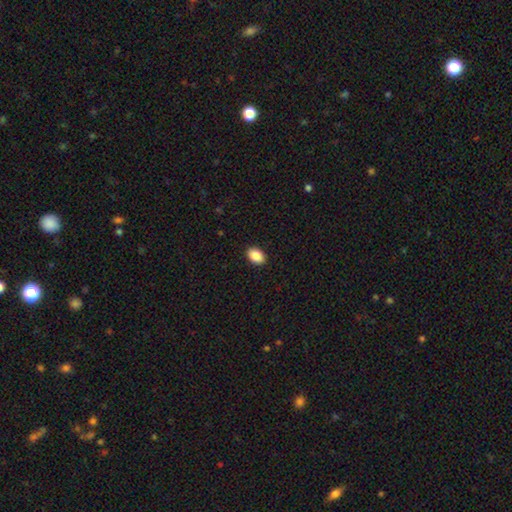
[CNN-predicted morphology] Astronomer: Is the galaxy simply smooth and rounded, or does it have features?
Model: smooth — 89%.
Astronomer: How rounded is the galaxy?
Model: in between — 85%.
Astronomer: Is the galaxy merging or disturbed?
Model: none — 91%.